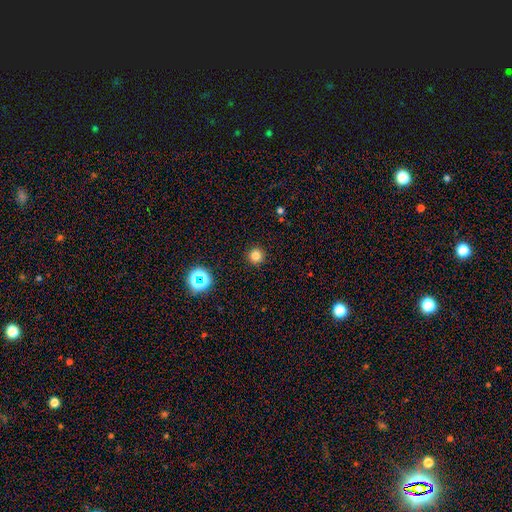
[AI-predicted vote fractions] This appears to be a smooth galaxy with no disk features (78%) that is round (96%). Merging: none (92%).